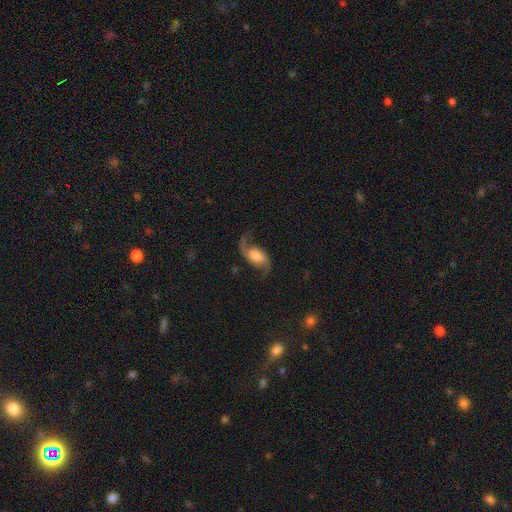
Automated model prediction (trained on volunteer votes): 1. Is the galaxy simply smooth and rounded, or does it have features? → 81% featured or disk, 13% smooth, 7% star or artifact.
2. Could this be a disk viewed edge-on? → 96% no, 4% yes.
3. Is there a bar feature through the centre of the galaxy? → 50% no, 36% weak, 14% strong.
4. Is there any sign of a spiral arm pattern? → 96% yes, 4% no.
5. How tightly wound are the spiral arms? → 80% loose, 16% medium, 4% tight.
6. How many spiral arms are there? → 92% 2, 4% 1, 2% can't tell, 1% 3, 1% 4, 1% more than 4.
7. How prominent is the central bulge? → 44% moderate, 23% large, 22% small, 6% none, 5% dominant.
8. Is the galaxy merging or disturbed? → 69% none, 16% minor disturbance, 14% major disturbance, 2% merger.